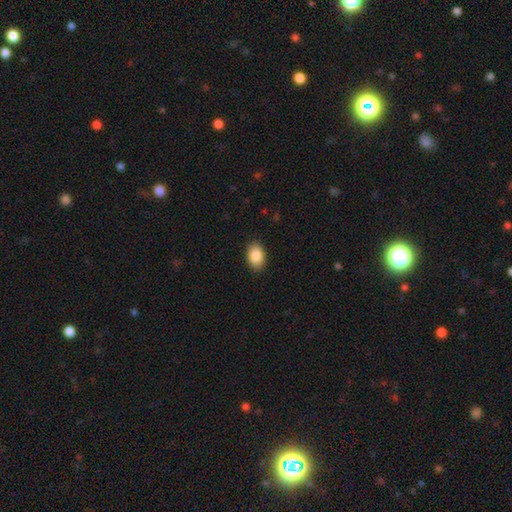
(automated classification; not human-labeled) A smooth galaxy with no disk features (89%) that is in between round and cigar-shaped (86%). Merging: none (89%).